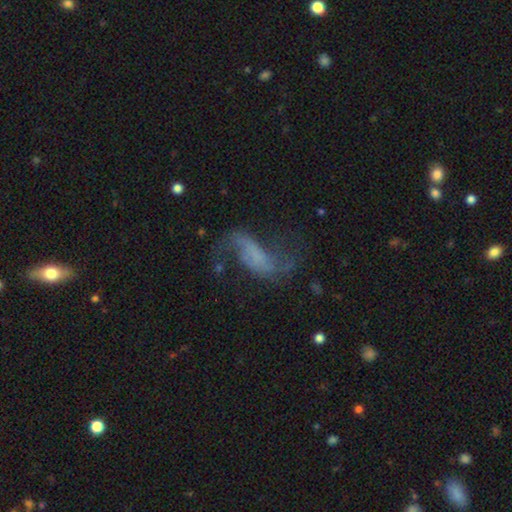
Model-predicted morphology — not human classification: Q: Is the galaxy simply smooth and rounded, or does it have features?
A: featured or disk — 74%.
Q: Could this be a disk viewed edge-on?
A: no — 95%.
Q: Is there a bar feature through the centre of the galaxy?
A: no — 42%.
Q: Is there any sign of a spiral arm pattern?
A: yes — 87%.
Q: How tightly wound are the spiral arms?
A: loose — 84%.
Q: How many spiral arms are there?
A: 2 — 87%.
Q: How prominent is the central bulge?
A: none — 69%.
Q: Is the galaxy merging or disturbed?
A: none — 54%.